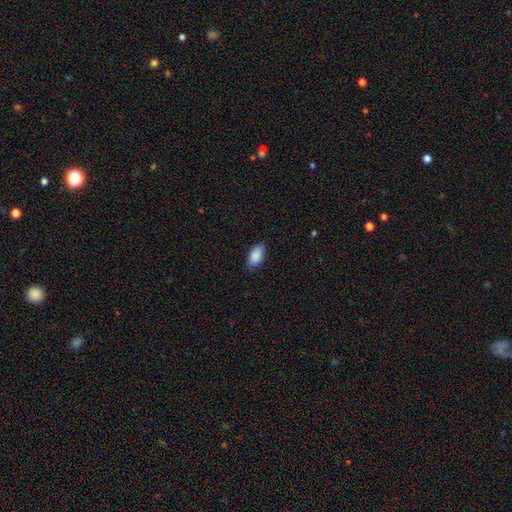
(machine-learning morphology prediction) Smooth or featured?
  - smooth: 90% *
  - star or artifact: 6%
  - featured or disk: 4%
How rounded?
  - in between: 94% *
  - round: 3%
  - cigar-shaped: 3%
Merging?
  - none: 83% *
  - minor disturbance: 13%
  - major disturbance: 3%
  - merger: 1%